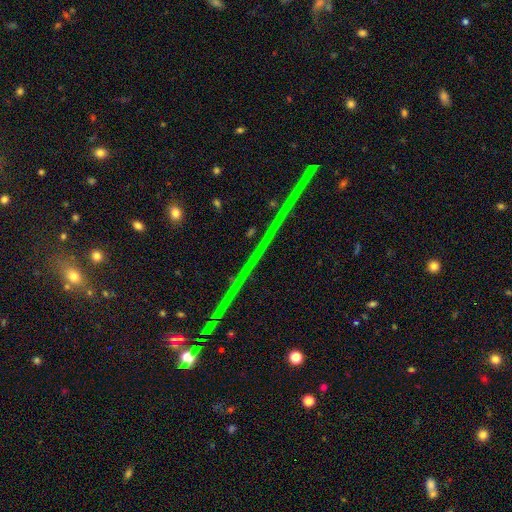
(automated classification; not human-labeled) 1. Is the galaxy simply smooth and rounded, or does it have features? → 78% star or artifact, 13% featured or disk, 9% smooth.